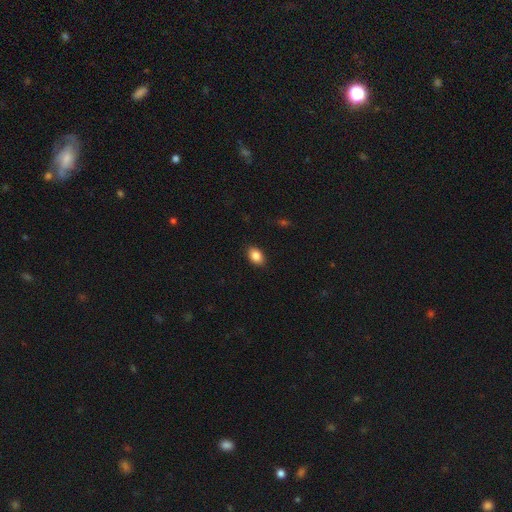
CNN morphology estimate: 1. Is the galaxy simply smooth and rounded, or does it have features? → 87% smooth, 8% star or artifact, 5% featured or disk.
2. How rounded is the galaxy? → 85% in between, 14% round, 1% cigar-shaped.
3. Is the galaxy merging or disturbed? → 89% none, 8% minor disturbance, 2% major disturbance, 1% merger.